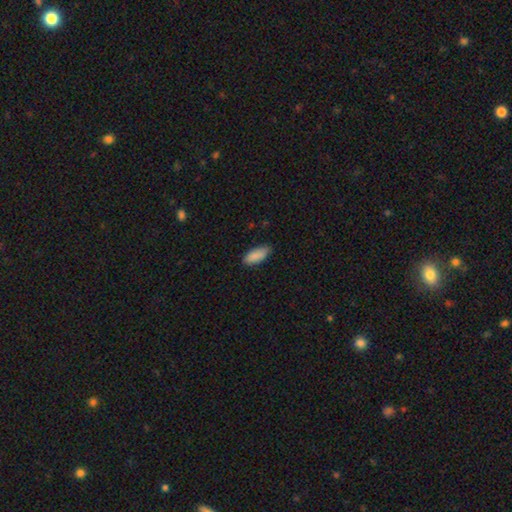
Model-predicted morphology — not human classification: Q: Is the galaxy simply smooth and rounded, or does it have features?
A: smooth — 89%.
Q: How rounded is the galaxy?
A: in between — 83%.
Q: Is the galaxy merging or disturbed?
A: none — 81%.